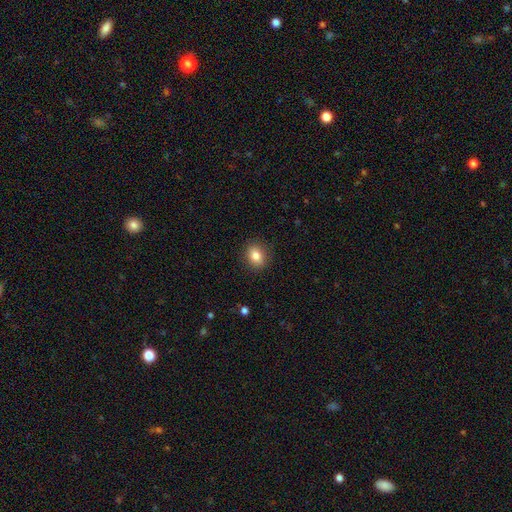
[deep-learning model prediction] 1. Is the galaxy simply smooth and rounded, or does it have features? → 82% smooth, 10% star or artifact, 8% featured or disk.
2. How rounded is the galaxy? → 55% in between, 44% round, 1% cigar-shaped.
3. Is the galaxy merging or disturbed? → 88% none, 8% minor disturbance, 2% major disturbance, 1% merger.